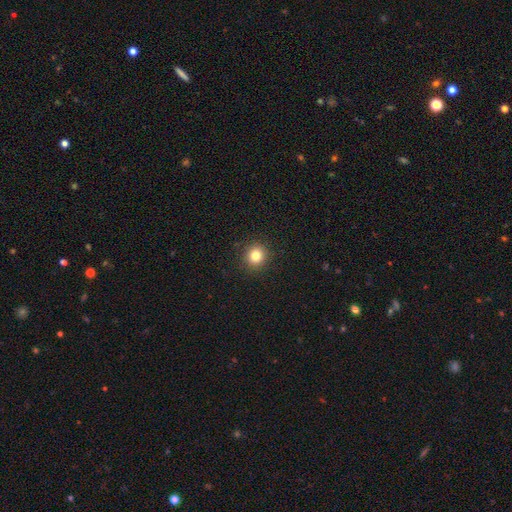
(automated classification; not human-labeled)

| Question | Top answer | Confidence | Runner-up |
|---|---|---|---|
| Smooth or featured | smooth | 82% | star or artifact (12%) |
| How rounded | round | 90% | in between (9%) |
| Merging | none | 92% | minor disturbance (5%) |